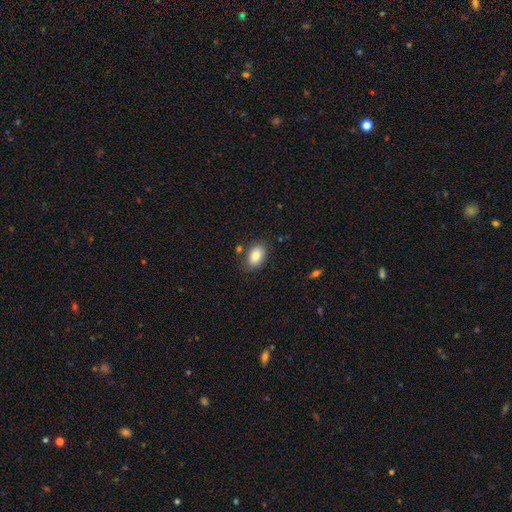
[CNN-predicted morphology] Smooth or featured? smooth (84%)
How rounded? in between (89%)
Merging? none (78%)